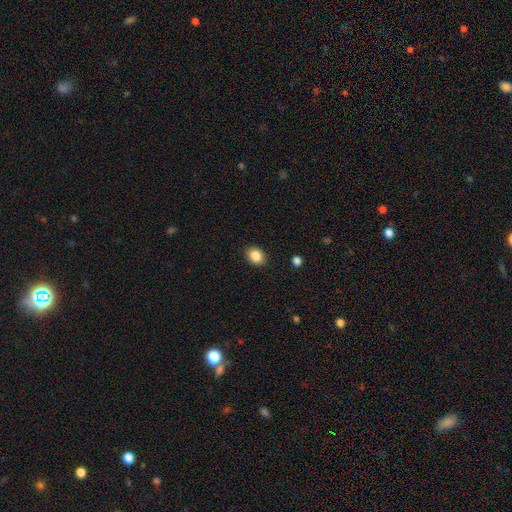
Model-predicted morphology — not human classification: smooth_or_featured: smooth (p=0.86) [alt: star or artifact p=0.09]
how_rounded: in between (p=0.60) [alt: round p=0.39]
merging: none (p=0.89) [alt: minor disturbance p=0.07]